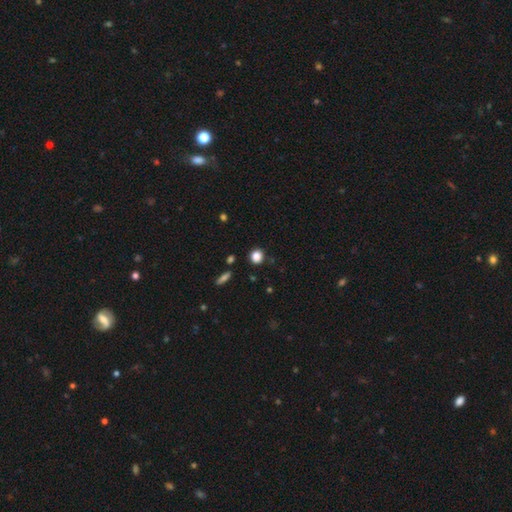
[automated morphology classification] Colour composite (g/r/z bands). It shows a smooth galaxy with no disk features (85%) that is round (84%). Merging: none (88%).